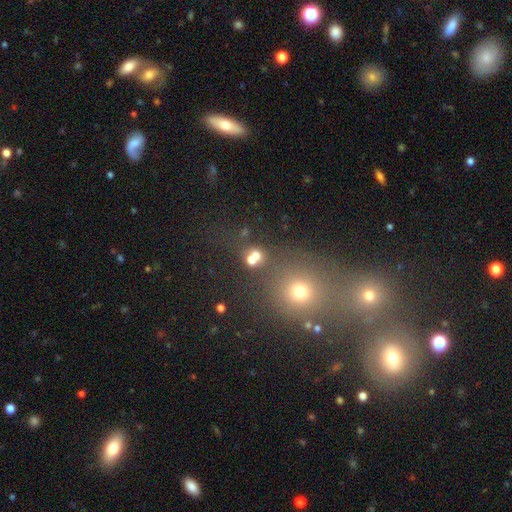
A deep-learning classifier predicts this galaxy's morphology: Smooth or featured? Predicted: smooth (p=0.68). How rounded? Predicted: round (p=0.82). Merging? Predicted: none (p=0.54).